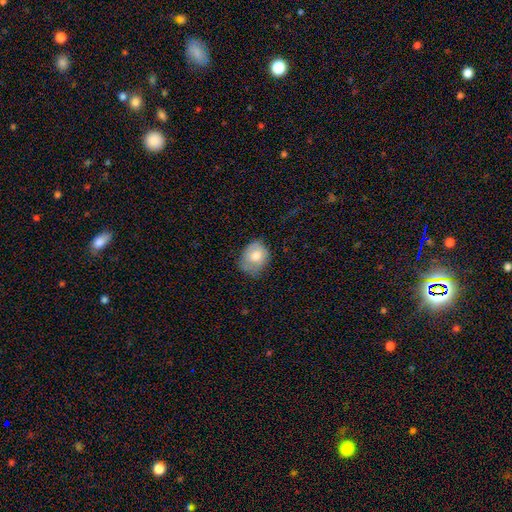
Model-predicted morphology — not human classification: smooth_or_featured: smooth (p=0.72) [alt: featured or disk p=0.20]
how_rounded: round (p=0.51) [alt: in between p=0.48]
merging: none (p=0.51) [alt: minor disturbance p=0.36]